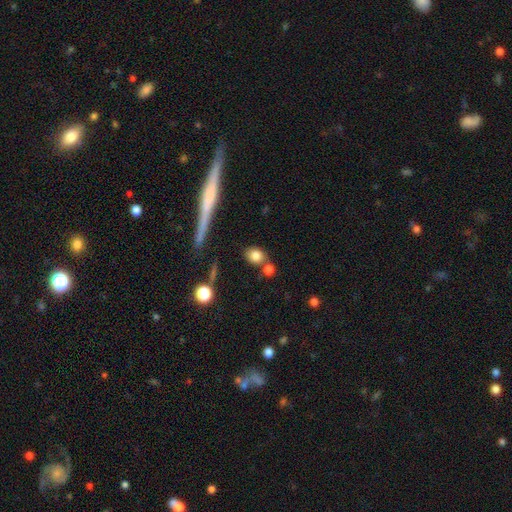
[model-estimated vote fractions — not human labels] This appears to be a smooth galaxy with no disk features (81%) that is in between round and cigar-shaped (48%, tied with round). Merging: none (69%).